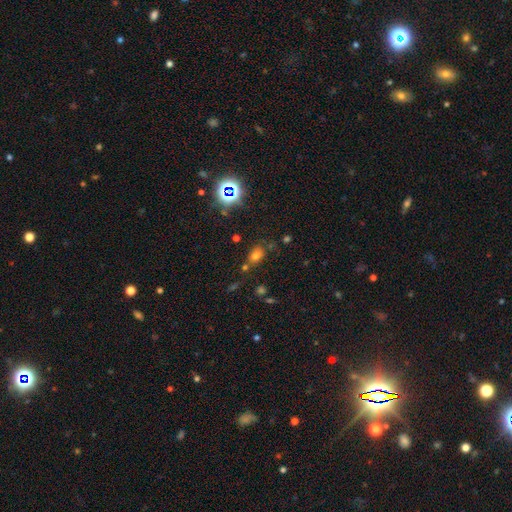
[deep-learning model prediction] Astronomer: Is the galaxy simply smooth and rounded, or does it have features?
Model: smooth — 66%.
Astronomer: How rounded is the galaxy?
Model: in between — 76%.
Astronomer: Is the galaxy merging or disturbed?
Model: none — 67%.